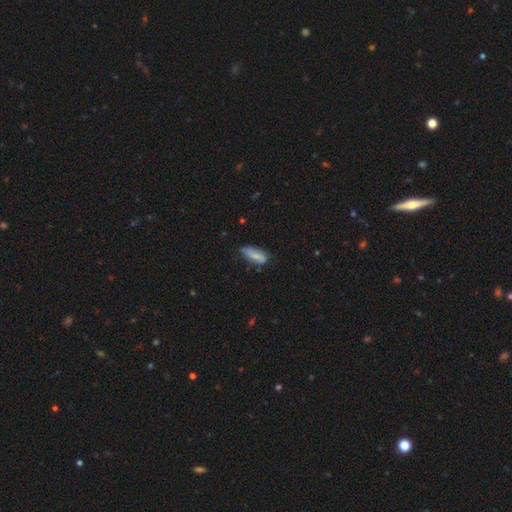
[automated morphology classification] Smooth or featured? Predicted: smooth (p=0.65). How rounded? Predicted: in between (p=0.79). Merging? Predicted: none (p=0.61).